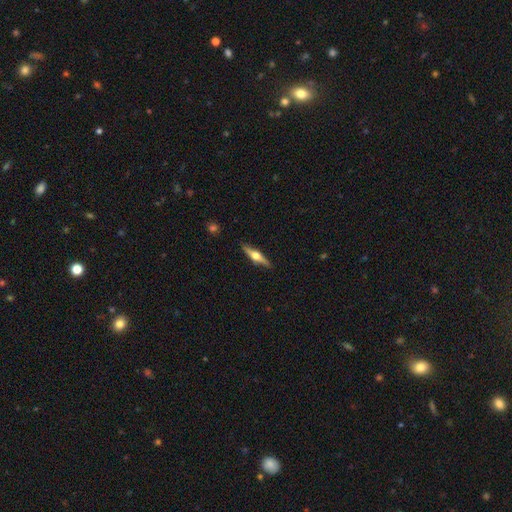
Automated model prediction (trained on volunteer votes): Morphology: type=featured or disk (68%); edge-on=yes (97%); edge-on bulge=rounded (95%); merging=none (89%).